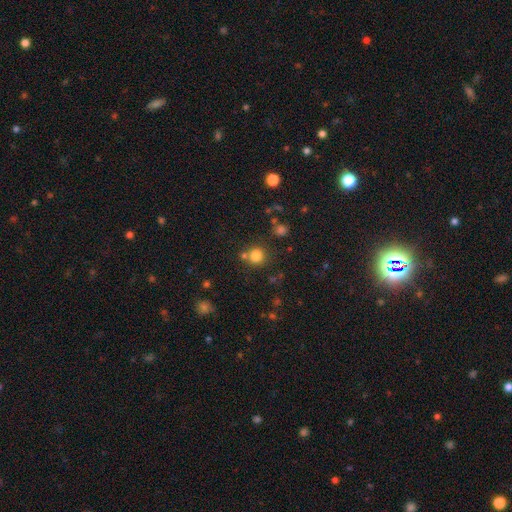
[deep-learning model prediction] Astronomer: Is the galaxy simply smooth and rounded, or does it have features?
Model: smooth — 80%.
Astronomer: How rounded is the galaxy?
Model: round — 90%.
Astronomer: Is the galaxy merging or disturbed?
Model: none — 72%.